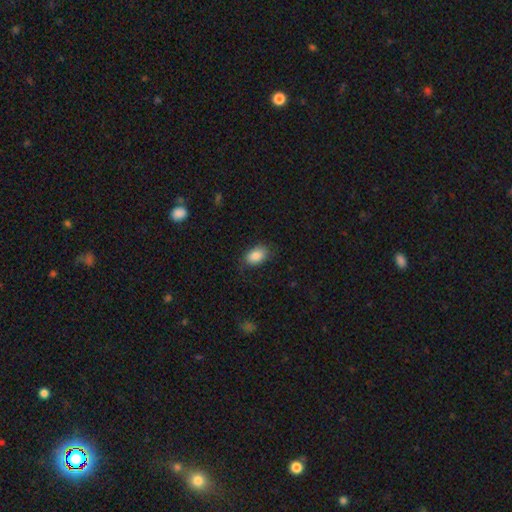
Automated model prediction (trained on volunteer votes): A smooth galaxy with no disk features (86%) that is in between round and cigar-shaped (89%). Merging: none (79%).